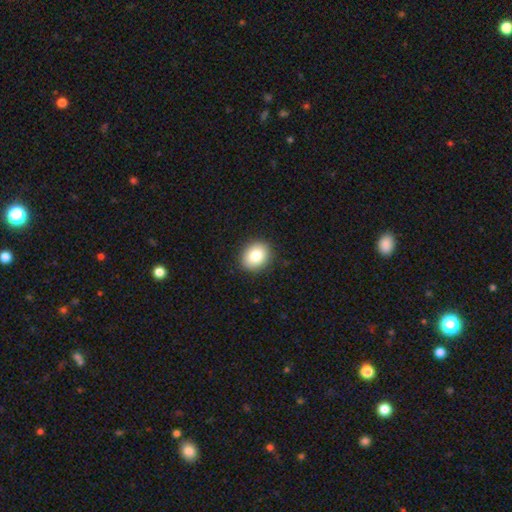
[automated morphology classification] Smooth or featured: smooth — 83% (star or artifact — 9%)
How rounded: round — 54% (in between — 46%)
Merging: none — 89% (minor disturbance — 8%)